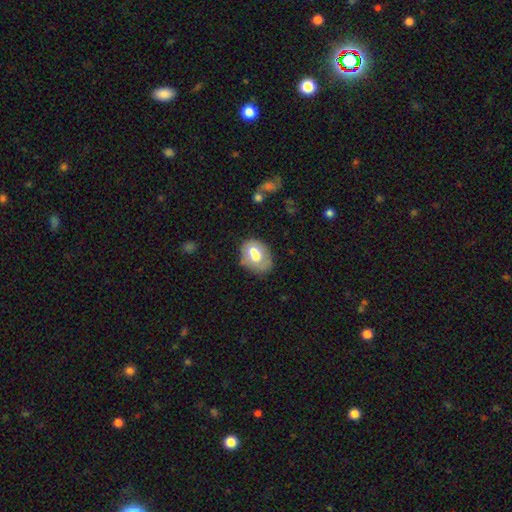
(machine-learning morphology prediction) Q: Smooth or featured?
A: smooth (58%); runner-up: featured or disk (34%)
Q: How rounded?
A: in between (62%); runner-up: round (37%)
Q: Merging?
A: none (39%); runner-up: merger (29%)